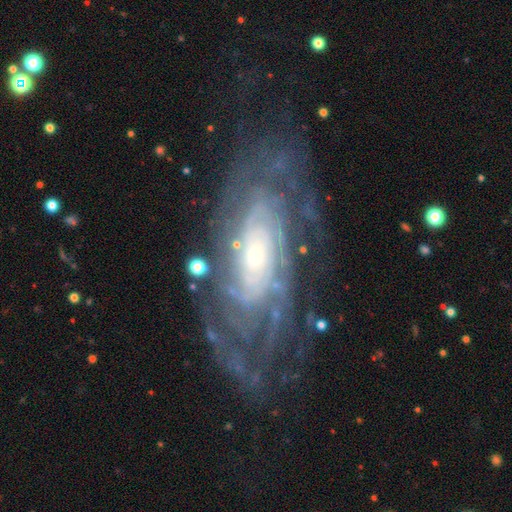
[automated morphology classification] This appears to be a featured or disk galaxy (87%) with no bar (71%), tight (76%) spiral arms (96%) and a small central bulge (68%). Merging: none (72%).